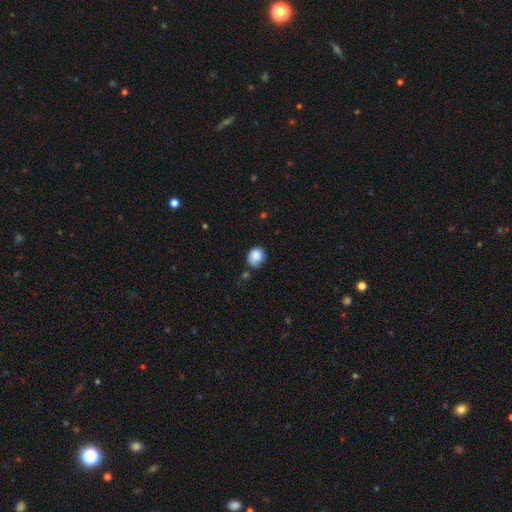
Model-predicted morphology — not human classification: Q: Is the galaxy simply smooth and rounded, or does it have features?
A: smooth — 86%.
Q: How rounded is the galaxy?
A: round — 60%.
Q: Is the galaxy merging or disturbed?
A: none — 58%.